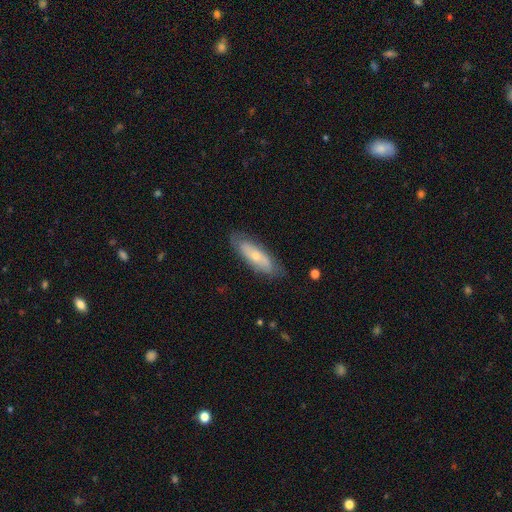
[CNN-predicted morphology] Smooth or featured? Predicted: featured or disk (p=0.52). Edge-on disk? Predicted: no (p=0.70). Merging? Predicted: none (p=0.79).